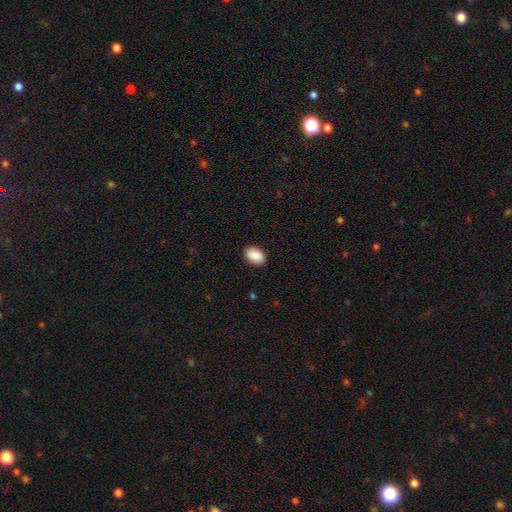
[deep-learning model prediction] Smooth or featured? Predicted: smooth (p=0.90). How rounded? Predicted: in between (p=0.89). Merging? Predicted: none (p=0.89).